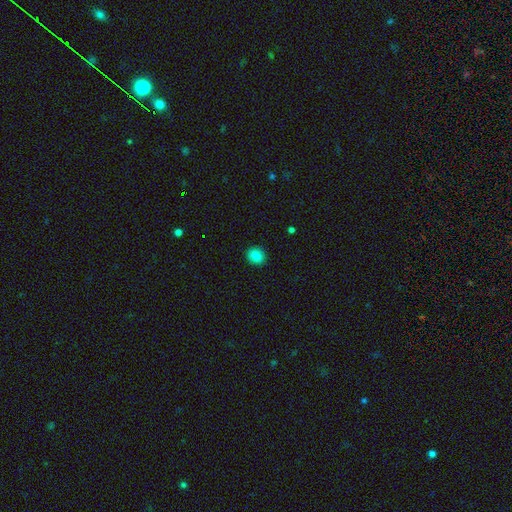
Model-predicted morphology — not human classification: smooth-or-featured: smooth: 85% | star or artifact: 10% | featured or disk: 5%
  how-rounded: round: 77% | in between: 22% | cigar-shaped: 1%
  merging: none: 91% | minor disturbance: 6% | major disturbance: 2% | merger: 1%